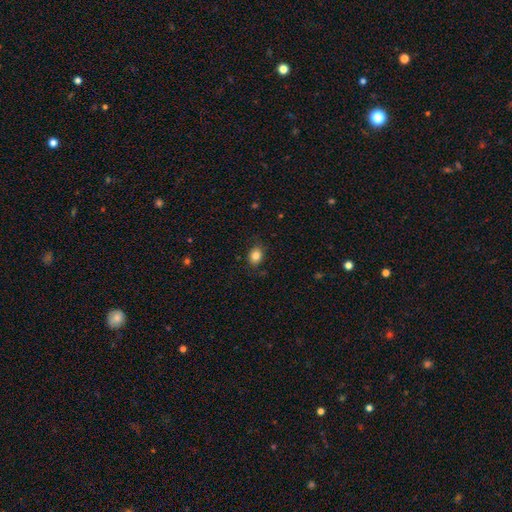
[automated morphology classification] Smooth or featured?
  - smooth: 84% *
  - star or artifact: 10%
  - featured or disk: 6%
How rounded?
  - in between: 63% *
  - round: 36%
  - cigar-shaped: 1%
Merging?
  - none: 83% *
  - minor disturbance: 13%
  - major disturbance: 3%
  - merger: 1%